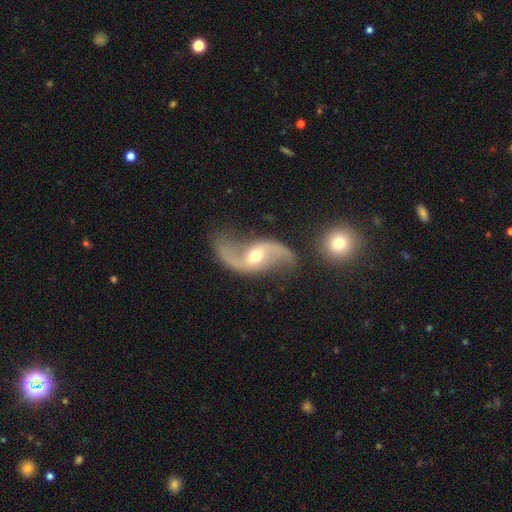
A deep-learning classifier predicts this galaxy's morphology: featured or disk 91%, star or artifact 5%, smooth 5%. Down the decision tree: edge-on disk — no (97%); bar — weak (43%); spiral arms — yes (97%); spiral arm count — 2 (94%); spiral winding — loose (82%); bulge size — moderate (68%); merging — none (70%).